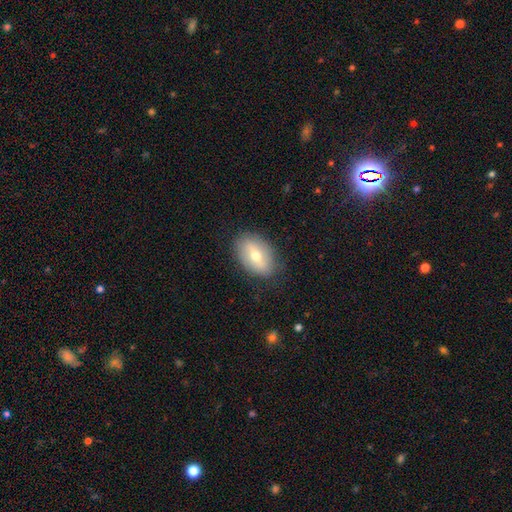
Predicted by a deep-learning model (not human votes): Q: Smooth or featured?
A: smooth (57%); runner-up: featured or disk (36%)
Q: How rounded?
A: in between (85%); runner-up: round (13%)
Q: Merging?
A: none (82%); runner-up: minor disturbance (13%)